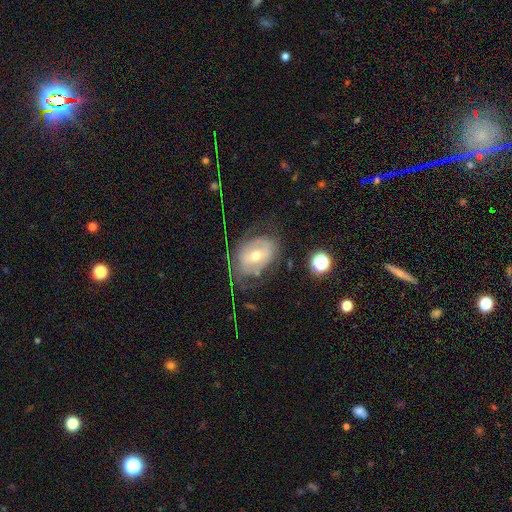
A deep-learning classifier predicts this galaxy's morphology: Smooth or featured? Predicted: featured or disk (p=0.62). Edge-on disk? Predicted: no (p=0.94). Bar? Predicted: no (p=0.45). Spiral arms? Predicted: yes (p=0.62). Bulge size? Predicted: moderate (p=0.53). Merging? Predicted: none (p=0.50).